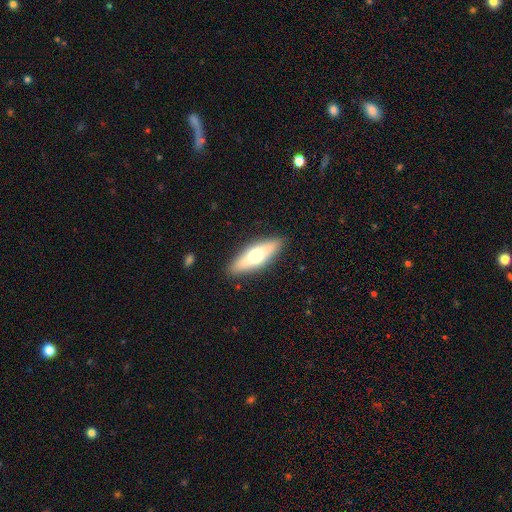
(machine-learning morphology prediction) A smooth galaxy with no disk features (54%) that is cigar-shaped (50%).

Vote fractions:
- Smooth or featured? smooth: 54% / featured or disk: 40% / star or artifact: 6%
- How rounded? cigar-shaped: 50% / in between: 47% / round: 3%
- Merging? none: 88% / minor disturbance: 8% / major disturbance: 2% / merger: 1%